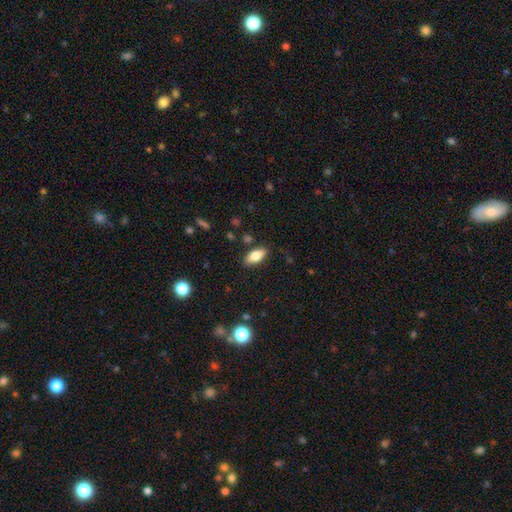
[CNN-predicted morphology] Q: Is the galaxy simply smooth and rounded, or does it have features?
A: smooth — 75%.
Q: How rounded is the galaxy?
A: in between — 85%.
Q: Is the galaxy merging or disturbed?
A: none — 85%.